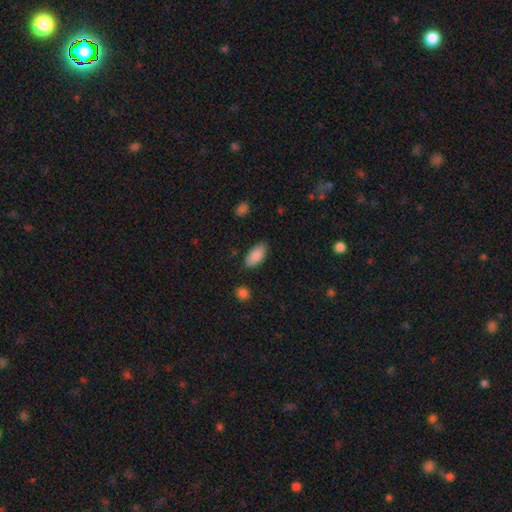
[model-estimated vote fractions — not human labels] smooth_or_featured: smooth (p=0.87) [alt: star or artifact p=0.07]
how_rounded: in between (p=0.92) [alt: cigar-shaped p=0.06]
merging: none (p=0.81) [alt: minor disturbance p=0.14]